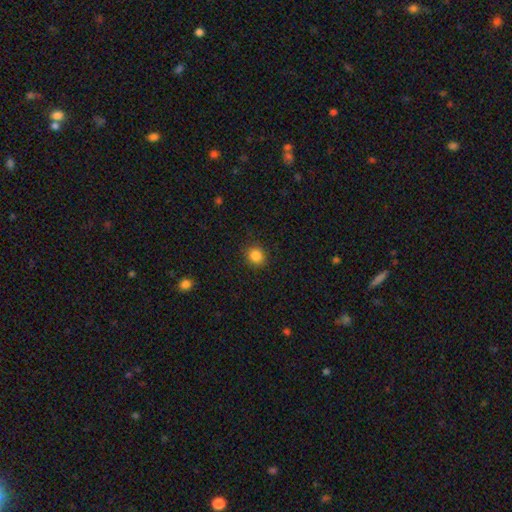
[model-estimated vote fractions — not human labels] Smooth or featured? smooth (85%)
How rounded? round (85%)
Merging? none (90%)